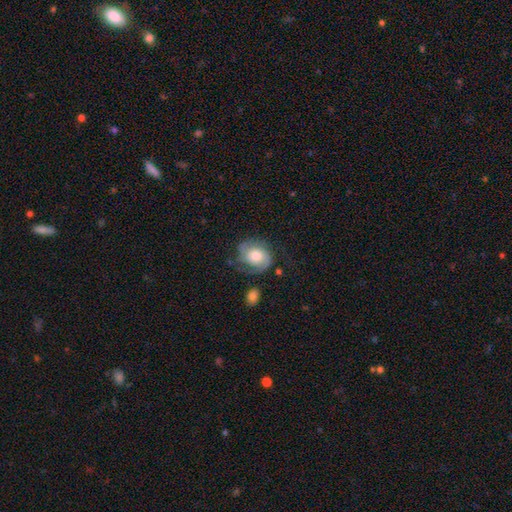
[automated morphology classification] A featured or disk galaxy (72%) with no bar (74%), 2 (81%) medium (42%, tied with tight) spiral arms (93%) and a moderate central bulge (55%). Merging: none (63%).